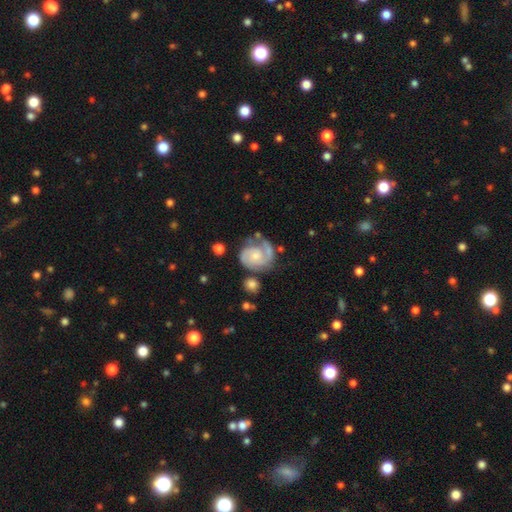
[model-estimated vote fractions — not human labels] smooth-or-featured: featured or disk: 83% | smooth: 12% | star or artifact: 5%
  disk-edge-on: no: 98% | yes: 2%
    bar: no: 69% | weak: 27% | strong: 4%
    has-spiral-arms: yes: 96% | no: 4%
      spiral-winding: tight: 50% | medium: 39% | loose: 11%
      spiral-arm-count: 2: 67% | 1: 18% | can't tell: 7% | 3: 4% | 4: 1% | more than 4: 1%
    bulge-size: small: 46% | moderate: 36% | none: 12% | large: 4% | dominant: 1%
  merging: none: 60% | minor disturbance: 21% | major disturbance: 13% | merger: 6%